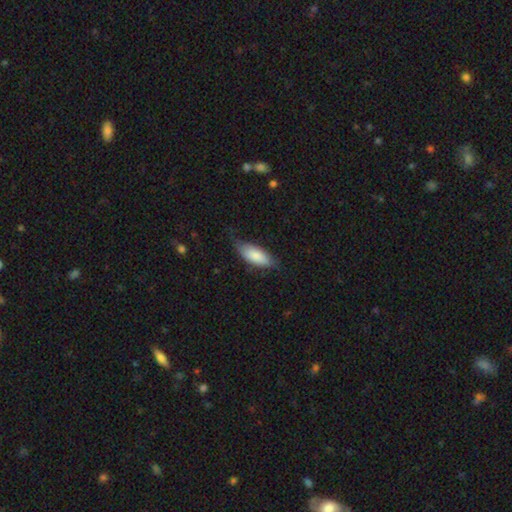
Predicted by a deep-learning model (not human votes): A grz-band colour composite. It shows a smooth galaxy with no disk features (80%) that is in between round and cigar-shaped (81%). Merging: none (60%).